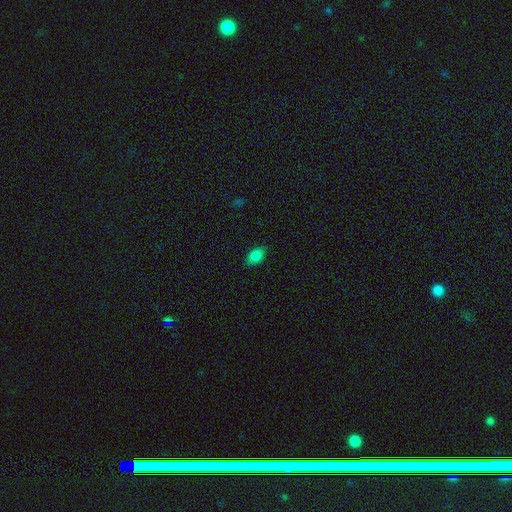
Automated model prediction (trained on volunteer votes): Smooth or featured? smooth (84%)
How rounded? in between (88%)
Merging? none (84%)